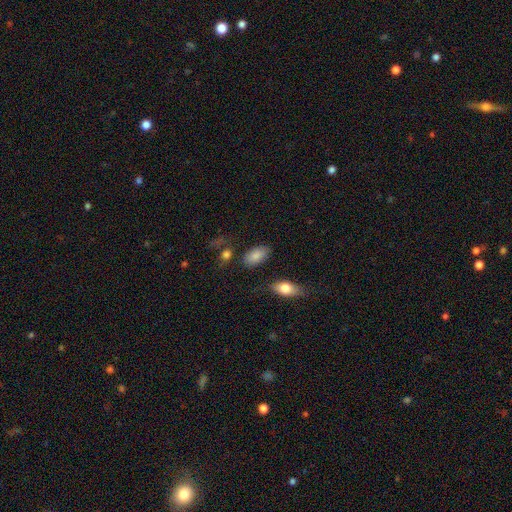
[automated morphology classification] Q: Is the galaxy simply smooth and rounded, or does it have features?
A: smooth — 86%.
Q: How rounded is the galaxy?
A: in between — 94%.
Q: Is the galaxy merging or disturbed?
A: none — 78%.